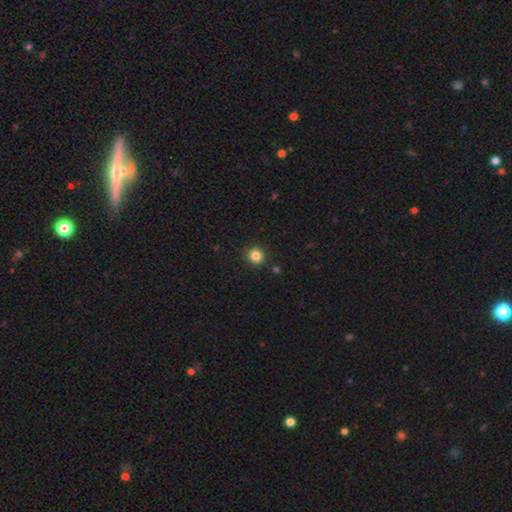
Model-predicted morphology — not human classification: Smooth or featured: smooth — 84% (star or artifact — 12%)
How rounded: round — 82% (in between — 18%)
Merging: none — 90% (minor disturbance — 6%)